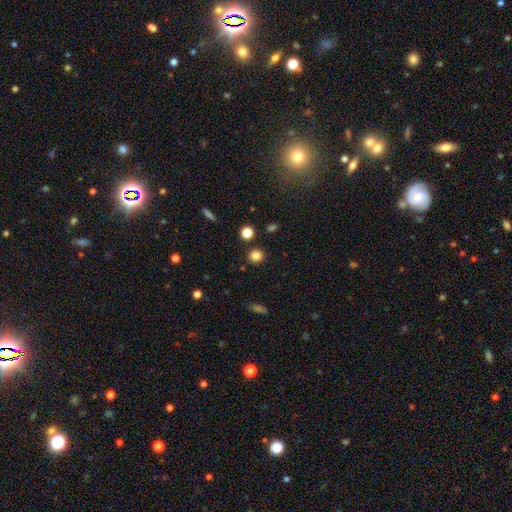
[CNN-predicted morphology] This is clearly a smooth galaxy (83%). How rounded: clearly round (87%). Merging: clearly none (89%).